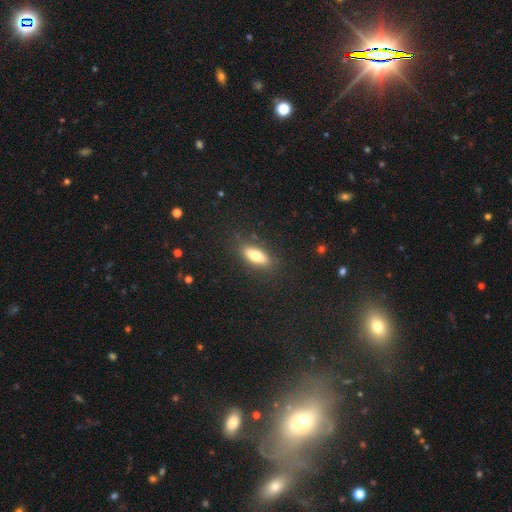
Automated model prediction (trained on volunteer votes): smooth 71%, featured or disk 21%, star or artifact 8%. Down the decision tree: how rounded — in between (64%); merging — none (84%).